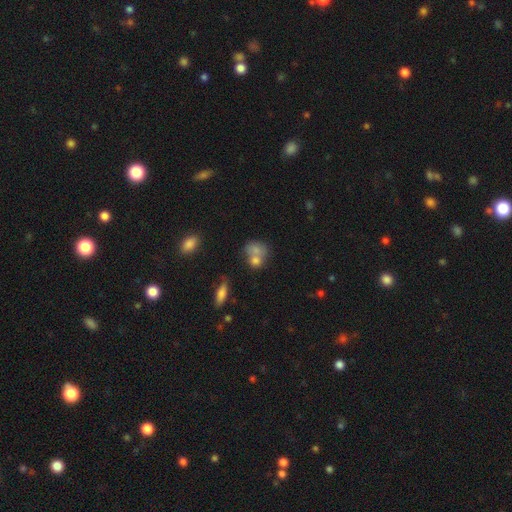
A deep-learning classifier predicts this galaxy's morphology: smooth_or_featured: smooth (p=0.71) [alt: featured or disk p=0.18]
how_rounded: round (p=0.56) [alt: in between p=0.43]
merging: merger (p=0.54) [alt: none p=0.30]